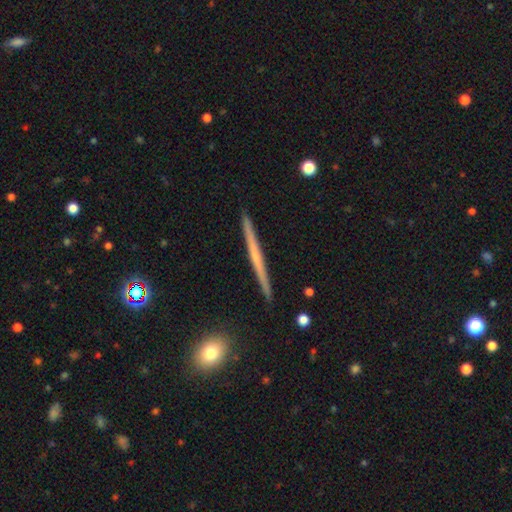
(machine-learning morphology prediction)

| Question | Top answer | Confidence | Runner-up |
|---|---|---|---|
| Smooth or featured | featured or disk | 65% | smooth (28%) |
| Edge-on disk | yes | 98% | no (2%) |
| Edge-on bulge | none | 69% | rounded (26%) |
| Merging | none | 92% | minor disturbance (6%) |